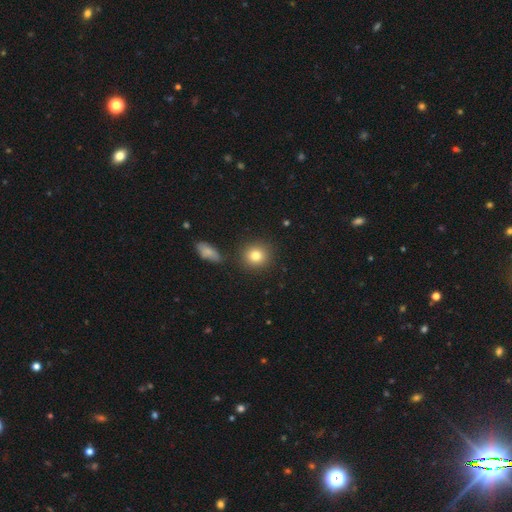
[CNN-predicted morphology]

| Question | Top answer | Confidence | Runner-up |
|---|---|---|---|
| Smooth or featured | smooth | 81% | star or artifact (11%) |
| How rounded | round | 89% | in between (10%) |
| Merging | none | 86% | minor disturbance (8%) |